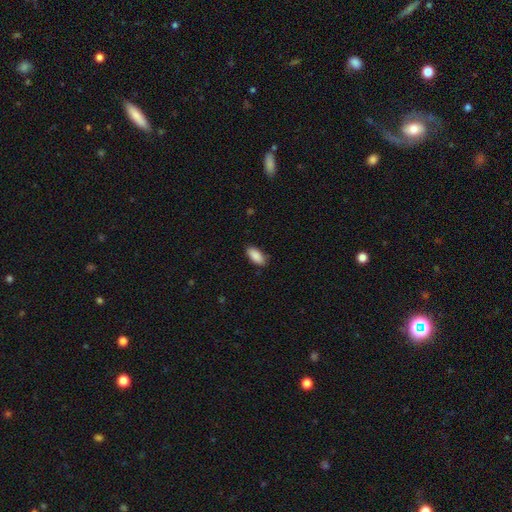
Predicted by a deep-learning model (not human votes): Overall: smooth (90%). How rounded: in between (90%). Merging: none (84%).